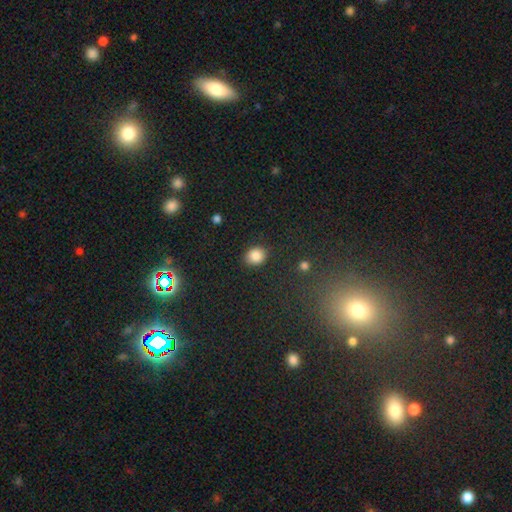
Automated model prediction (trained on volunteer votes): Q: Smooth or featured?
A: smooth (86%); runner-up: star or artifact (9%)
Q: How rounded?
A: round (61%); runner-up: in between (38%)
Q: Merging?
A: none (85%); runner-up: minor disturbance (10%)